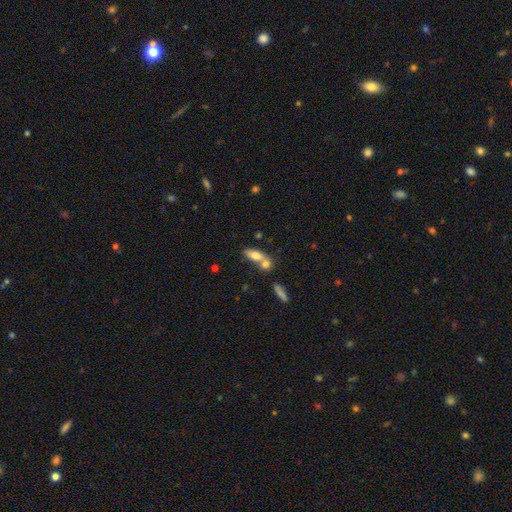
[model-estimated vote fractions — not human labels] smooth 71%, featured or disk 21%, star or artifact 8%. Down the decision tree: how rounded — in between (72%); merging — merger (48%).